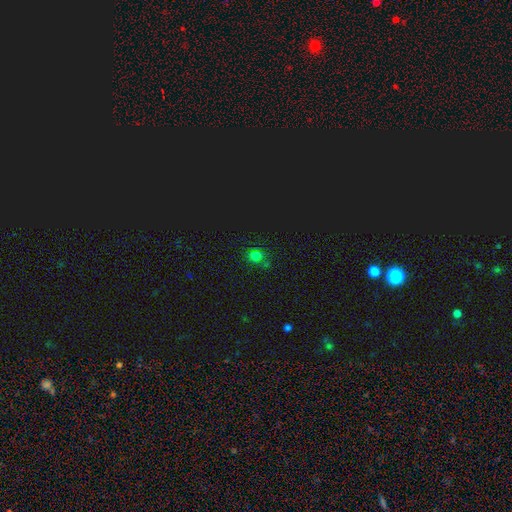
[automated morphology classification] type=smooth (58%); roundness=round (71%); merging=none (74%).